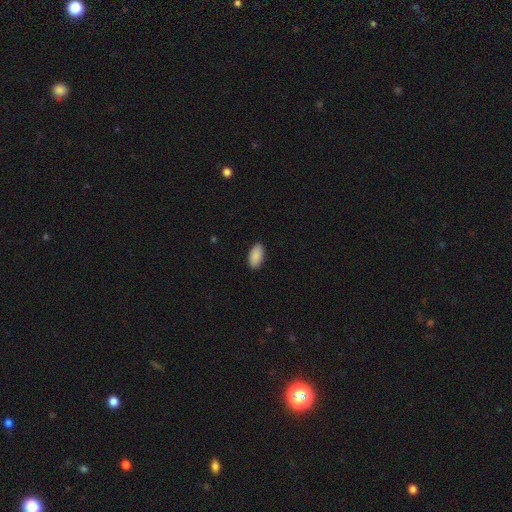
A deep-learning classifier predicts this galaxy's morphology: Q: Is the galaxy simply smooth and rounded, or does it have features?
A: smooth — 91%.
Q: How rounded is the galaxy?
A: in between — 95%.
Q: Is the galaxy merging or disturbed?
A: none — 90%.